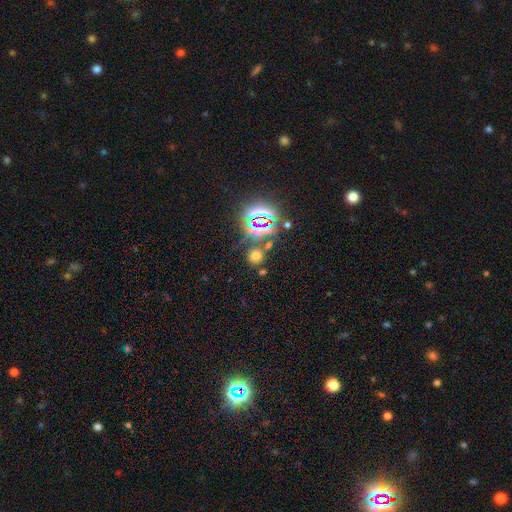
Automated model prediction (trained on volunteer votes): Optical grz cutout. It shows a smooth galaxy with no disk features (57%) that is round (86%). Merging: none (78%).